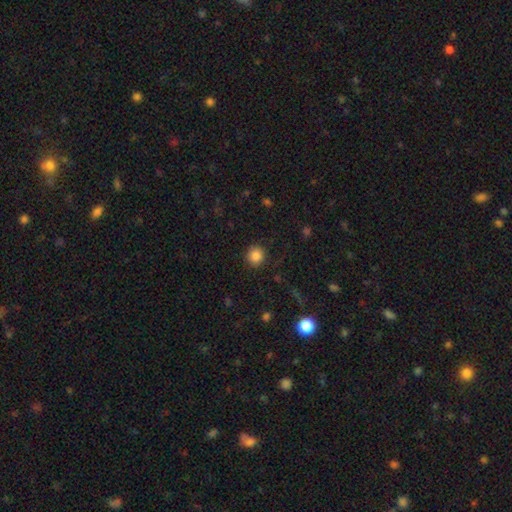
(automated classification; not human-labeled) Smooth or featured? smooth (85%)
How rounded? round (87%)
Merging? none (87%)